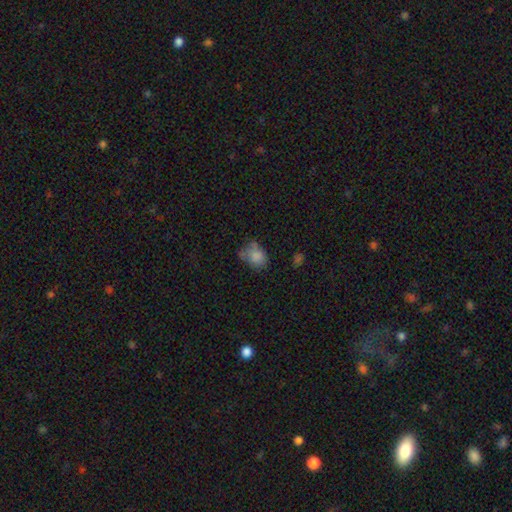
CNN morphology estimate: Smooth or featured? smooth (76%)
How rounded? in between (64%)
Merging? none (43%)